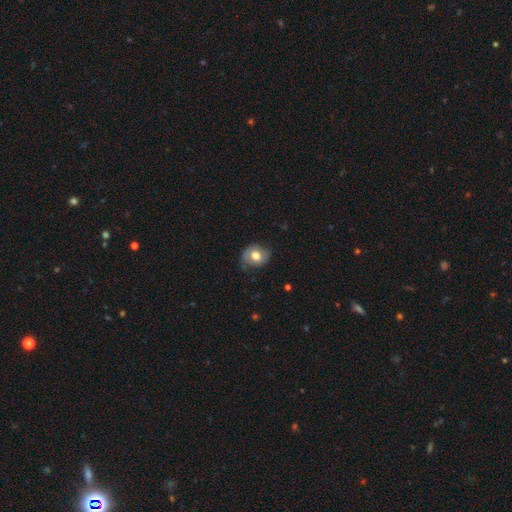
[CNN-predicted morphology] This is likely a smooth galaxy (71%). How rounded: likely round (64%). Merging: likely none (68%).